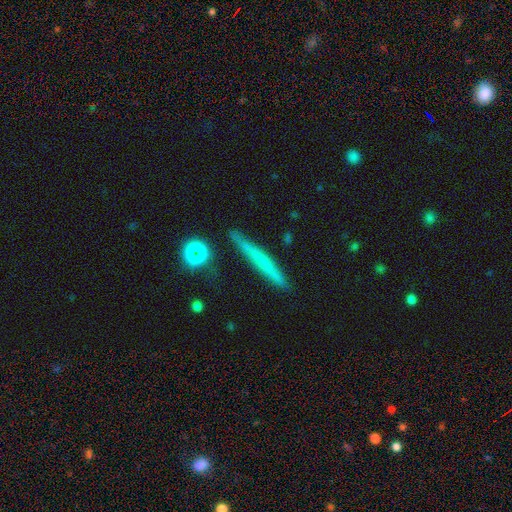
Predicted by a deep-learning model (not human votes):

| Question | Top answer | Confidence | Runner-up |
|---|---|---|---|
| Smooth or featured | smooth | 50% | featured or disk (41%) |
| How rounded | cigar-shaped | 95% | in between (3%) |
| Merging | none | 85% | minor disturbance (10%) |